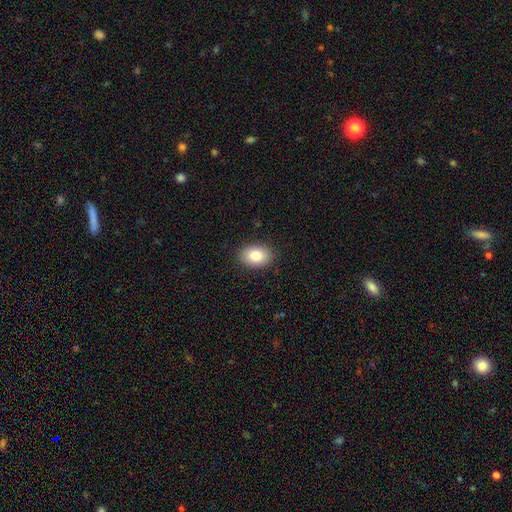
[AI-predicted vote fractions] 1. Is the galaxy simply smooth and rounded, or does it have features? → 83% smooth, 9% featured or disk, 8% star or artifact.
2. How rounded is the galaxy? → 80% in between, 19% round, 1% cigar-shaped.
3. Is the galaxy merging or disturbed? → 89% none, 8% minor disturbance, 2% major disturbance, 1% merger.